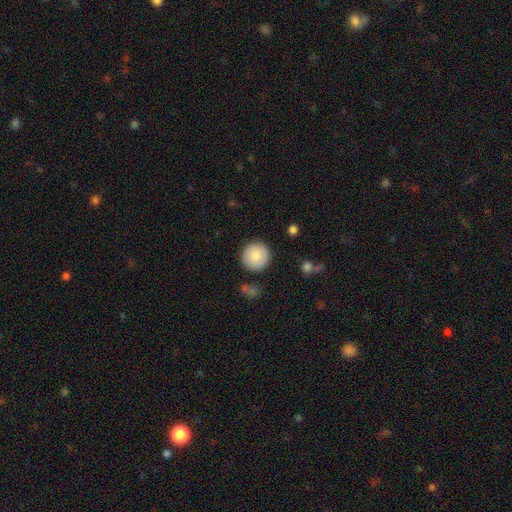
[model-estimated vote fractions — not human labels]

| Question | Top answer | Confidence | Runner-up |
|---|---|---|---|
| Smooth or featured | smooth | 86% | featured or disk (7%) |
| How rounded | round | 96% | in between (3%) |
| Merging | none | 89% | minor disturbance (7%) |